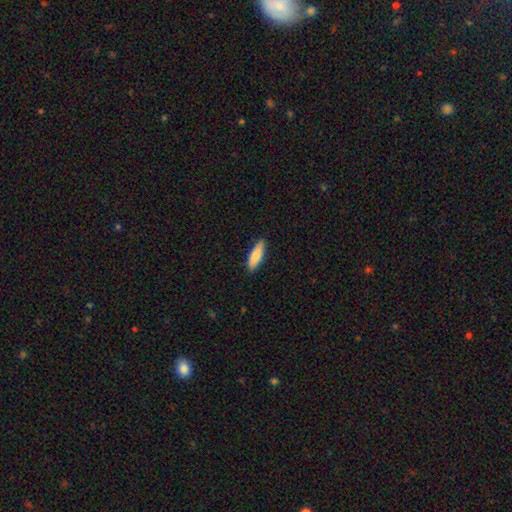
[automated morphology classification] Smooth or featured?
  - smooth: 82% *
  - featured or disk: 13%
  - star or artifact: 5%
How rounded?
  - cigar-shaped: 51% *
  - in between: 47%
  - round: 2%
Merging?
  - none: 88% *
  - minor disturbance: 9%
  - major disturbance: 2%
  - merger: 1%